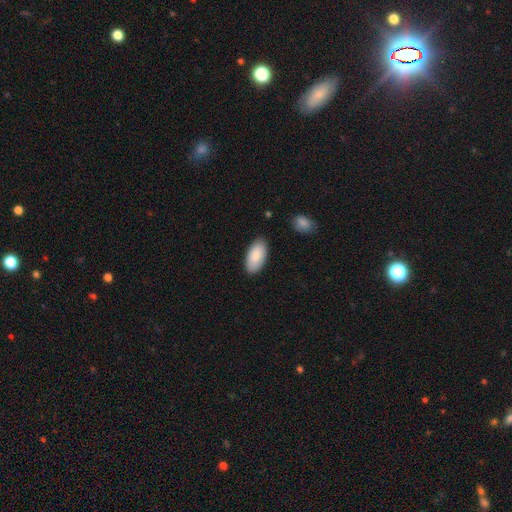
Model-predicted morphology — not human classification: smooth 87%, featured or disk 7%, star or artifact 6%. Down the decision tree: how rounded — in between (95%); merging — none (85%).